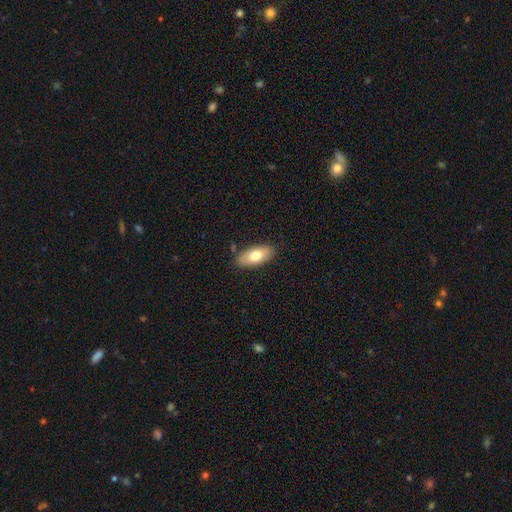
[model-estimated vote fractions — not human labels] A smooth galaxy with no disk features (74%) that is in between round and cigar-shaped (88%).

Vote fractions:
- Smooth or featured? smooth: 74% / featured or disk: 20% / star or artifact: 6%
- How rounded? in between: 88% / cigar-shaped: 9% / round: 3%
- Merging? none: 84% / minor disturbance: 12% / major disturbance: 2% / merger: 2%